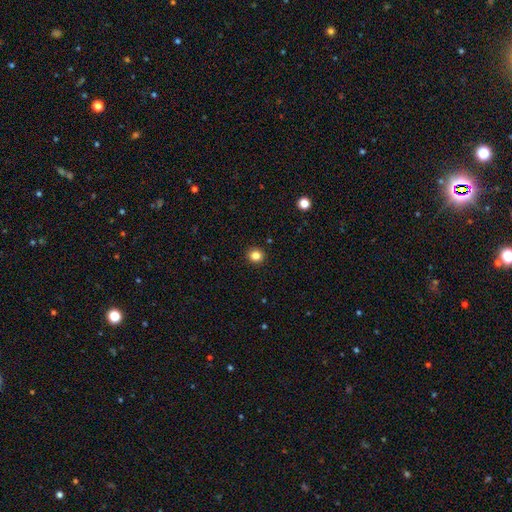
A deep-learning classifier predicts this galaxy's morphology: Smooth or featured: smooth — 83% (star or artifact — 12%)
How rounded: round — 91% (in between — 8%)
Merging: none — 93% (minor disturbance — 5%)